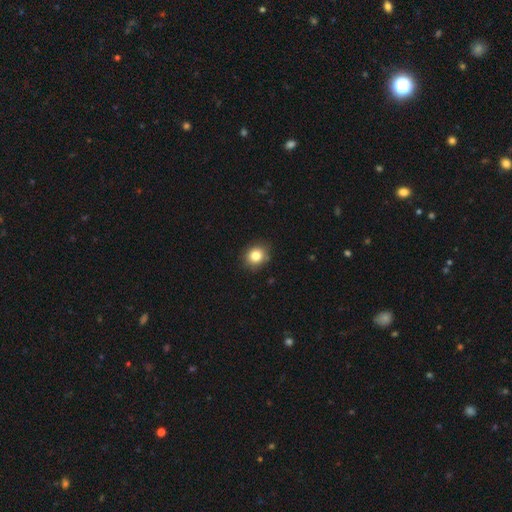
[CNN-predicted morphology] smooth-or-featured: smooth: 83% | star or artifact: 11% | featured or disk: 7%
  how-rounded: round: 72% | in between: 27% | cigar-shaped: 1%
  merging: none: 86% | minor disturbance: 11% | major disturbance: 2% | merger: 1%